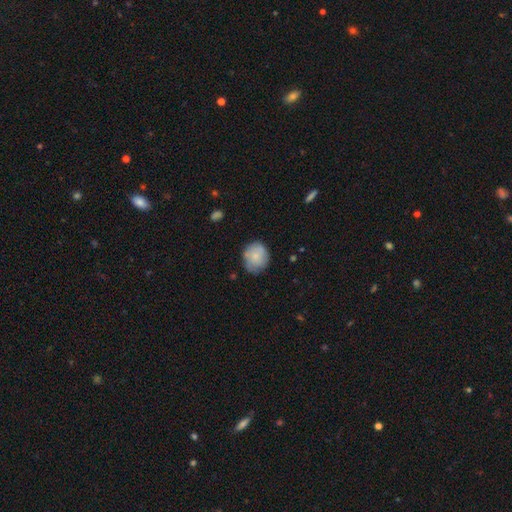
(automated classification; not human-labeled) Smooth or featured? smooth (78%)
How rounded? round (78%)
Merging? none (72%)